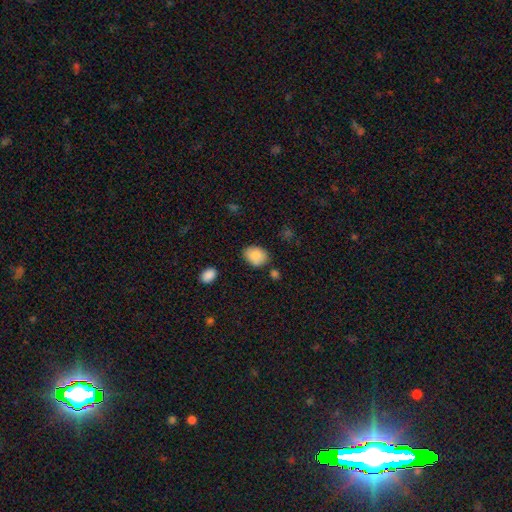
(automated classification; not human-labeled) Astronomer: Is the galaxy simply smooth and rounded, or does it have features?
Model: smooth — 86%.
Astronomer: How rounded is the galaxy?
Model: in between — 71%.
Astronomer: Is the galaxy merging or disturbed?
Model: none — 76%.